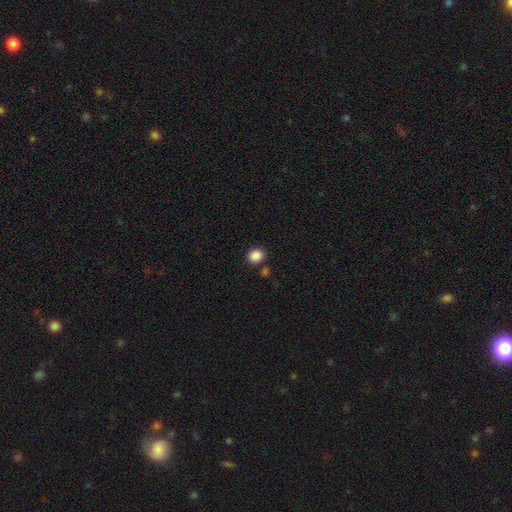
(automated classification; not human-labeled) A smooth galaxy with no disk features (87%) that is round (76%). Merging: none (81%).